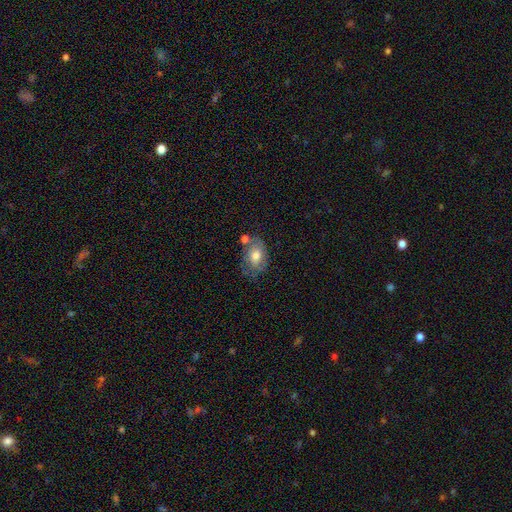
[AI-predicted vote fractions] Morphology: type=smooth (67%); roundness=in between (81%); merging=none (52%).